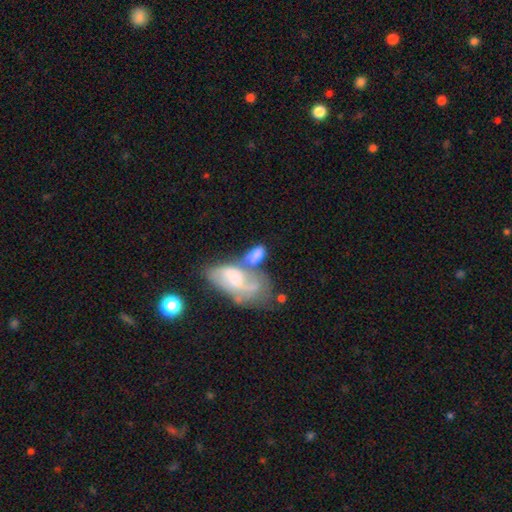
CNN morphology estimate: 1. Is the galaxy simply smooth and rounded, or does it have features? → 56% smooth, 37% featured or disk, 8% star or artifact.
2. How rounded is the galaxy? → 88% in between, 7% cigar-shaped, 5% round.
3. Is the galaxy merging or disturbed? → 52% merger, 24% none, 14% minor disturbance, 11% major disturbance.